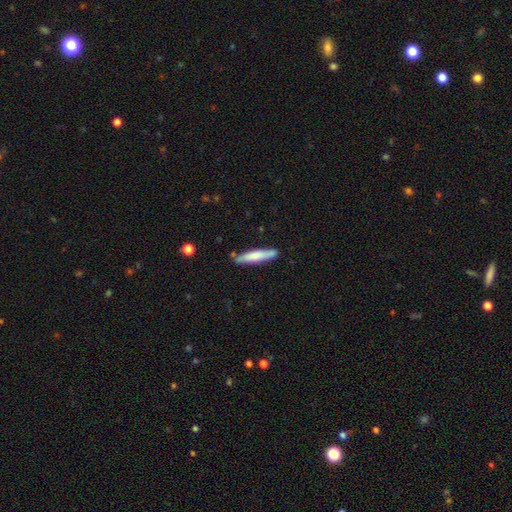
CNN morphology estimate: This appears to be a smooth galaxy with no disk features (70%) that is cigar-shaped (89%). Merging: none (82%).